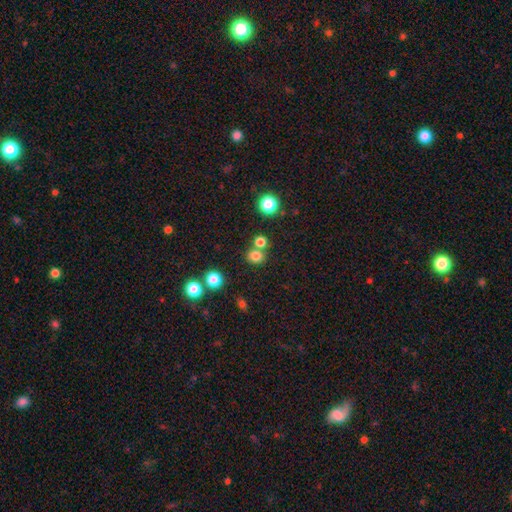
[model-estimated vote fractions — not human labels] smooth-or-featured: smooth: 78% | star or artifact: 16% | featured or disk: 6%
  how-rounded: round: 79% | in between: 21% | cigar-shaped: 1%
  merging: none: 67% | merger: 23% | minor disturbance: 8% | major disturbance: 3%